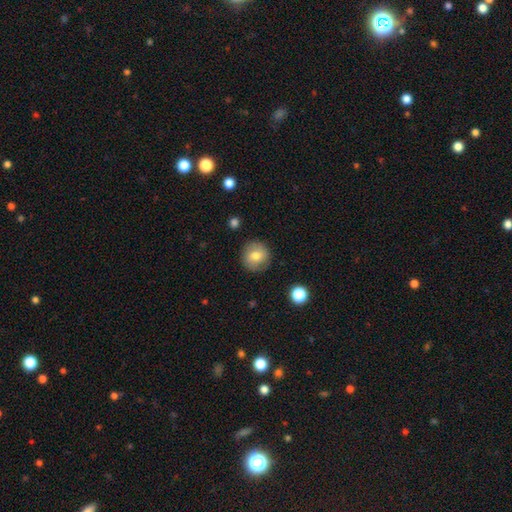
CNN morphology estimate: Q: Smooth or featured?
A: smooth (73%); runner-up: featured or disk (18%)
Q: How rounded?
A: round (92%); runner-up: in between (7%)
Q: Merging?
A: none (86%); runner-up: minor disturbance (10%)